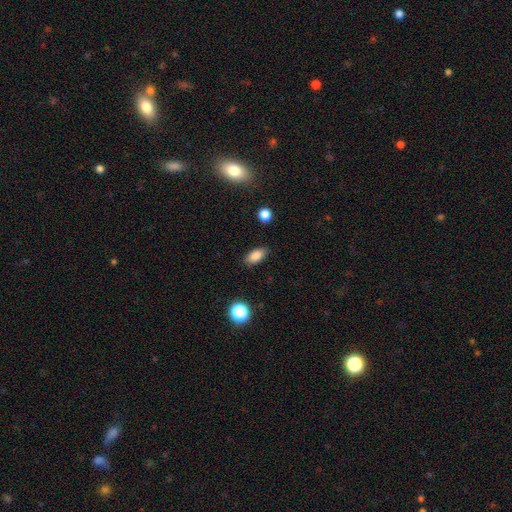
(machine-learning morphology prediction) A smooth galaxy with no disk features (85%) that is in between round and cigar-shaped (89%). Merging: none (87%).